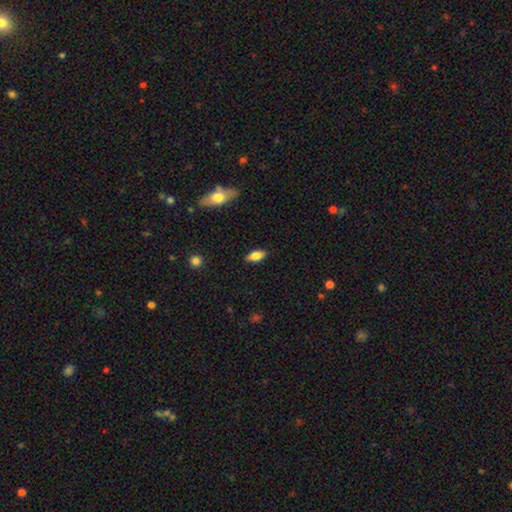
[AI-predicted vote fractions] smooth-or-featured: smooth: 74% | featured or disk: 18% | star or artifact: 8%
  how-rounded: in between: 83% | cigar-shaped: 13% | round: 4%
  merging: none: 86% | minor disturbance: 10% | major disturbance: 2% | merger: 1%